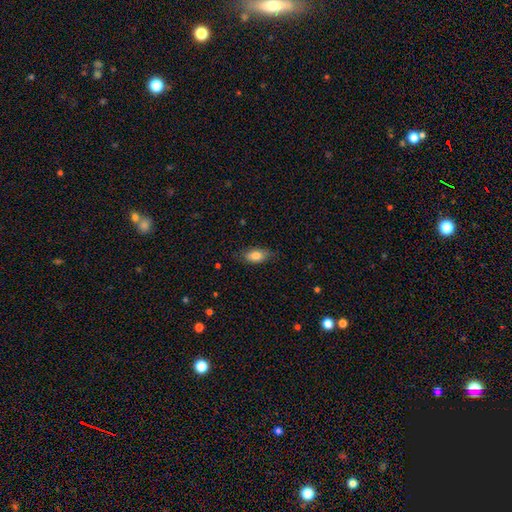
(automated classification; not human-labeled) Q: Smooth or featured?
A: smooth (83%); runner-up: featured or disk (10%)
Q: How rounded?
A: in between (90%); runner-up: round (5%)
Q: Merging?
A: none (77%); runner-up: minor disturbance (18%)